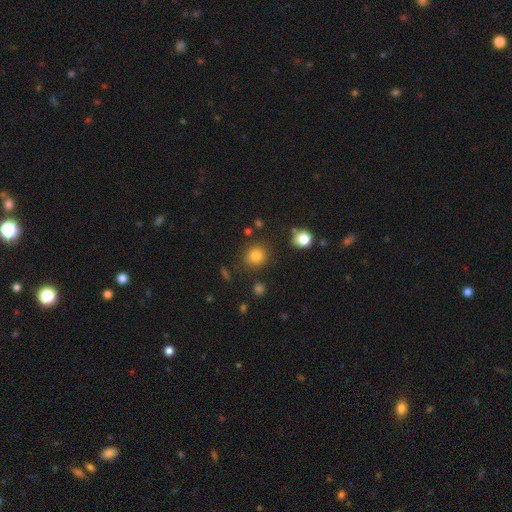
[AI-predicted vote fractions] smooth 82%, star or artifact 12%, featured or disk 5%. Down the decision tree: how rounded — round (84%); merging — none (82%).